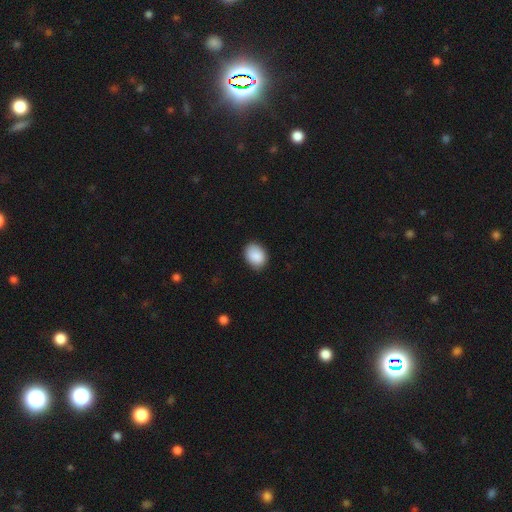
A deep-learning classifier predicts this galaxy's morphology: smooth 90%, star or artifact 7%, featured or disk 3%. Down the decision tree: how rounded — in between (67%); merging — none (84%).